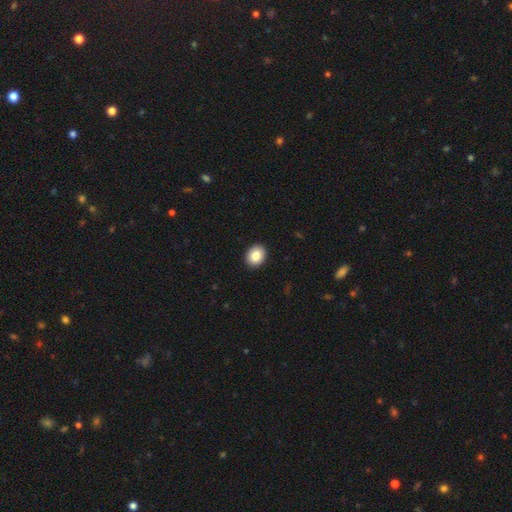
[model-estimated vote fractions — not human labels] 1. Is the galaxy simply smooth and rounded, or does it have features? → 86% smooth, 8% star or artifact, 6% featured or disk.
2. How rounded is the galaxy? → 53% round, 46% in between, 1% cigar-shaped.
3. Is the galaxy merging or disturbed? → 92% none, 6% minor disturbance, 2% major disturbance, 1% merger.